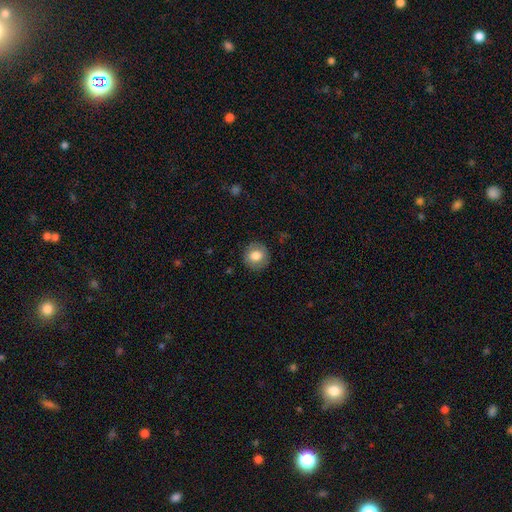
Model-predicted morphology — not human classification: The model was most divided on "smooth or featured": smooth: 78%, featured or disk: 14%, star or artifact: 8%. More confident: how rounded — round (90%); merging — none (88%).